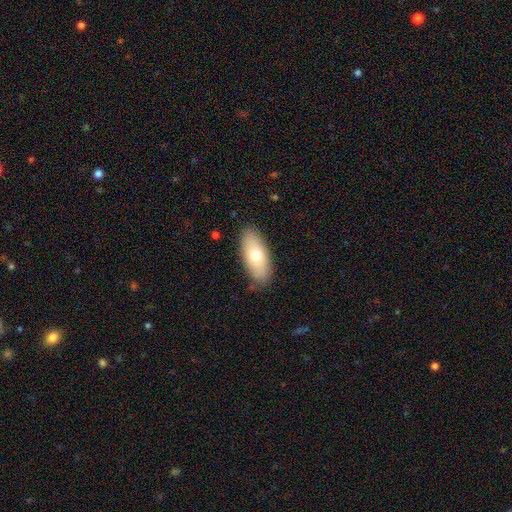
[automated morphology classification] Q: Smooth or featured?
A: smooth (69%); runner-up: featured or disk (24%)
Q: How rounded?
A: in between (85%); runner-up: cigar-shaped (12%)
Q: Merging?
A: none (84%); runner-up: minor disturbance (12%)